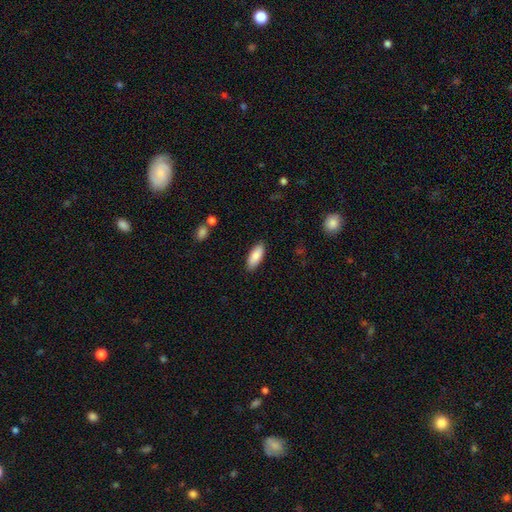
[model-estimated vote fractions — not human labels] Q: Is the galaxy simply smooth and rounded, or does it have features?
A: smooth — 86%.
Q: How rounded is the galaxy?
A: in between — 78%.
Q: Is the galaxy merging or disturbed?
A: none — 88%.